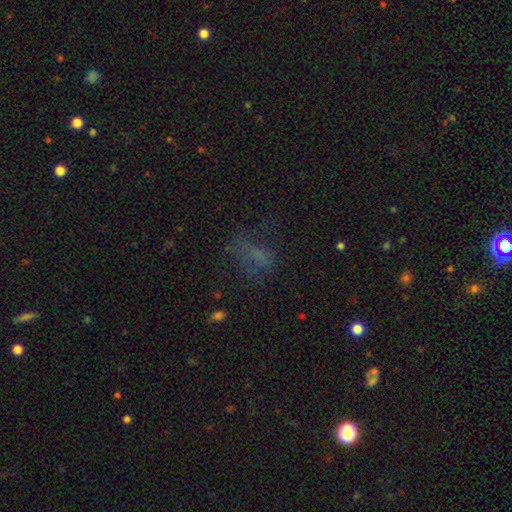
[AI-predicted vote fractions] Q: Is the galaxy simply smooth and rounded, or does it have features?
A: smooth — 46%.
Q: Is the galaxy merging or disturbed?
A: none — 43%.